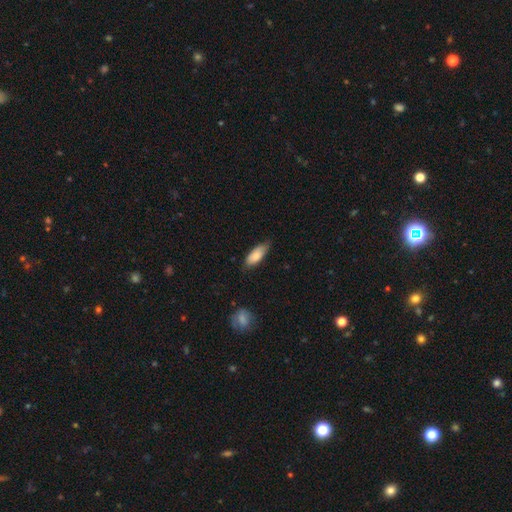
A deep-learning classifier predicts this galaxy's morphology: Q: Smooth or featured?
A: smooth (83%); runner-up: featured or disk (11%)
Q: How rounded?
A: in between (75%); runner-up: cigar-shaped (23%)
Q: Merging?
A: none (71%); runner-up: minor disturbance (24%)